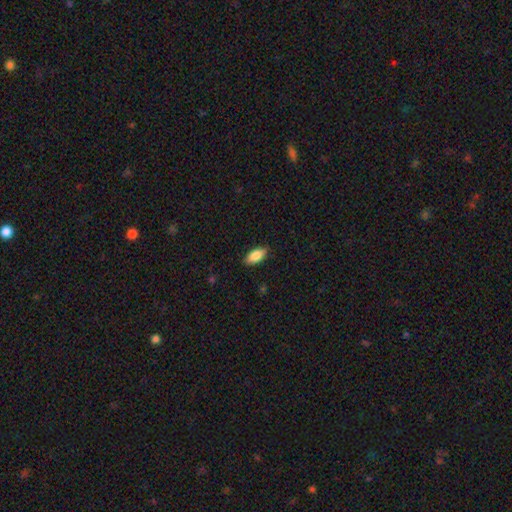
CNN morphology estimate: This is clearly a smooth galaxy (86%). How rounded: clearly in between (89%). Merging: clearly none (88%).